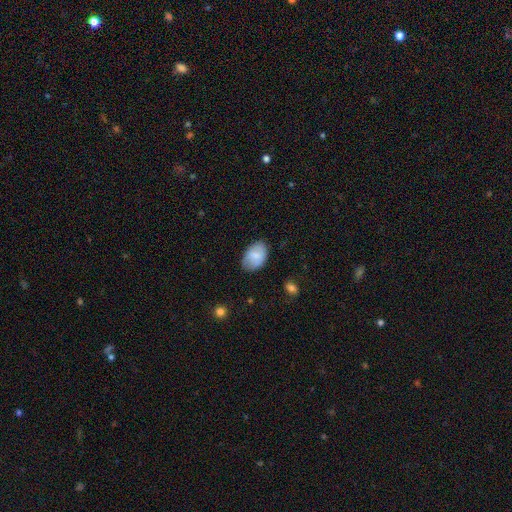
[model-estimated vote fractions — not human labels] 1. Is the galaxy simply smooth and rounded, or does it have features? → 80% smooth, 13% featured or disk, 6% star or artifact.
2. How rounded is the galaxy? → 89% in between, 10% round, 1% cigar-shaped.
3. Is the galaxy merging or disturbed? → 75% none, 20% minor disturbance, 4% major disturbance, 1% merger.